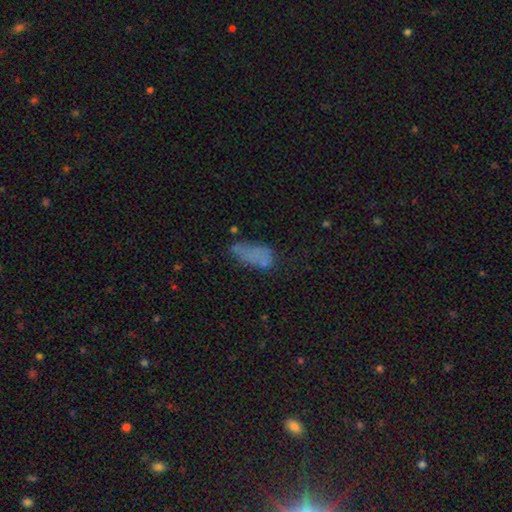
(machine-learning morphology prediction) smooth 65%, featured or disk 19%, star or artifact 16%. Down the decision tree: how rounded — in between (79%); merging — none (44%).